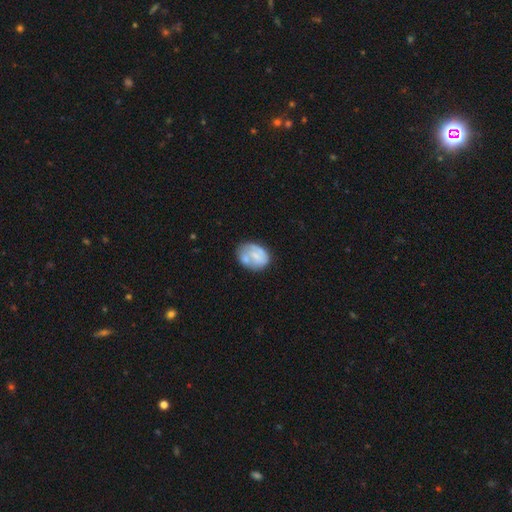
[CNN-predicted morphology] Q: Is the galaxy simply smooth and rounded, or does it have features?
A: smooth — 52%.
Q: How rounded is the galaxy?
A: in between — 67%.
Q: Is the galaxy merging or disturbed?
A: none — 46%.